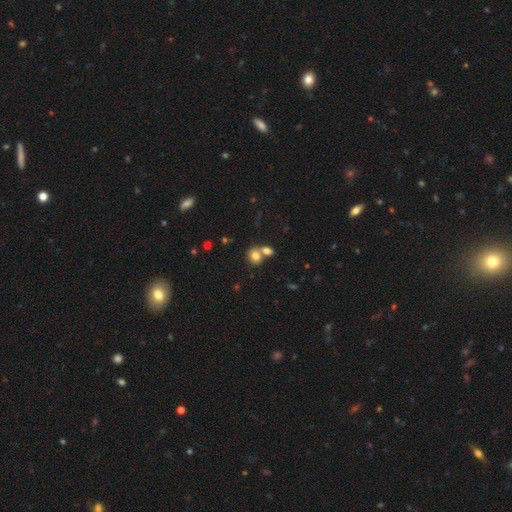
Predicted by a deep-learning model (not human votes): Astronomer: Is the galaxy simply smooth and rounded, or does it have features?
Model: smooth — 77%.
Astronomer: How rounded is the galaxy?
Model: round — 72%.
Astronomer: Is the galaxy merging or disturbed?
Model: merger — 50% (runner-up: none, 40%).